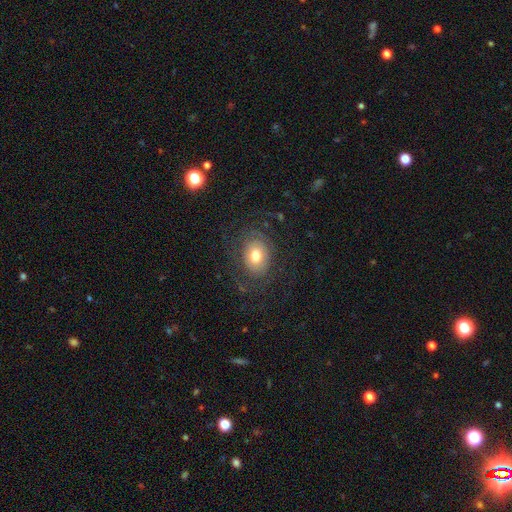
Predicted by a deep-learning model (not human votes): smooth_or_featured: featured or disk (p=0.48) [alt: smooth p=0.42]
merging: none (p=0.71) [alt: minor disturbance p=0.15]